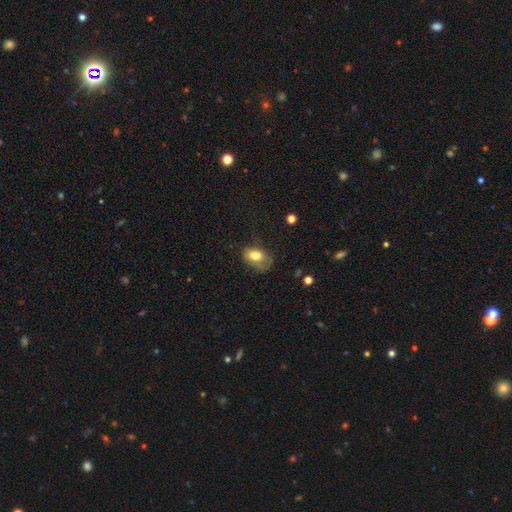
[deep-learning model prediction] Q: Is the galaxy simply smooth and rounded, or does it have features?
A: smooth — 73%.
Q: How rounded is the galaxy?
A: in between — 77%.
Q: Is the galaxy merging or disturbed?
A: none — 42%.